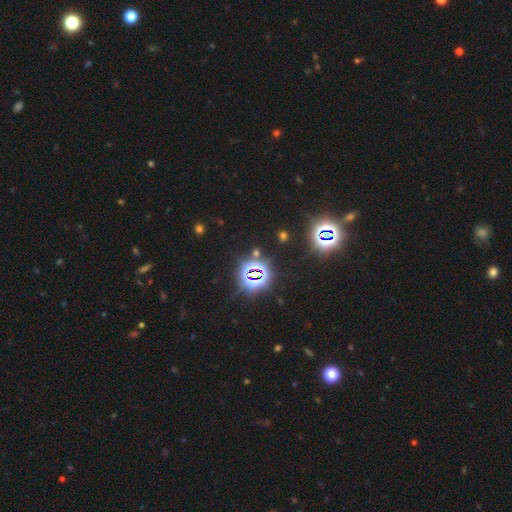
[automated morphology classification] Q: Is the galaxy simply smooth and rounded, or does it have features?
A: star or artifact — 78%.